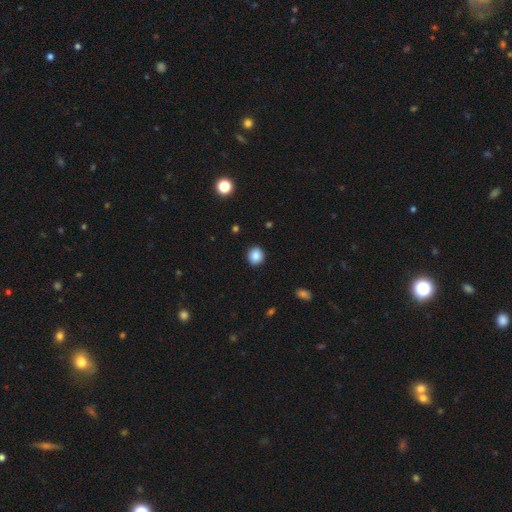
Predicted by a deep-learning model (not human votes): A smooth galaxy with no disk features (86%) that is round (88%). Merging: none (92%).